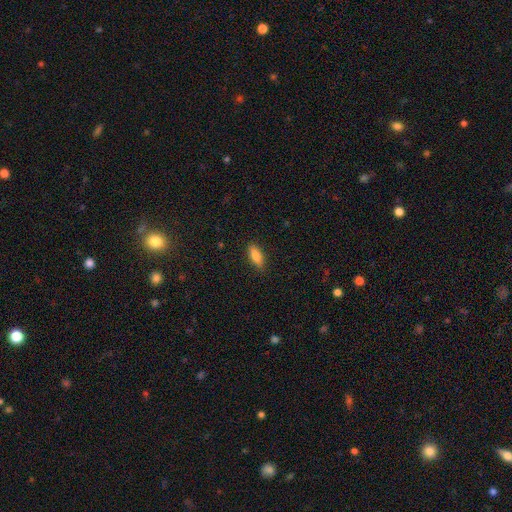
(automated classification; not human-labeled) This is clearly a smooth galaxy (81%). How rounded: likely in between (71%). Merging: clearly none (87%).